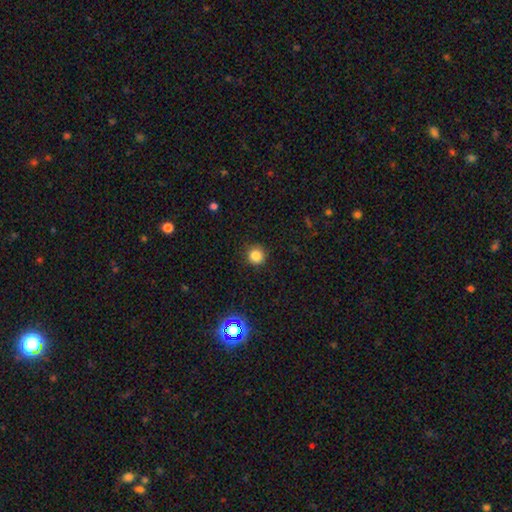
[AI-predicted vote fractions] smooth_or_featured: smooth (p=0.82) [alt: star or artifact p=0.13]
how_rounded: round (p=0.93) [alt: in between p=0.06]
merging: none (p=0.89) [alt: minor disturbance p=0.08]